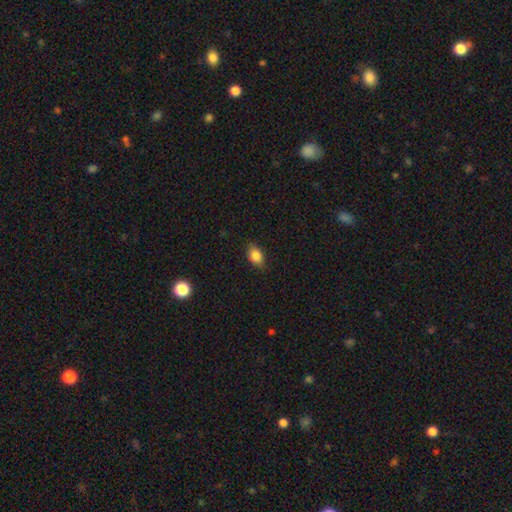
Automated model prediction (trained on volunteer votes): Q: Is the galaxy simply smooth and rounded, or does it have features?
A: smooth — 84%.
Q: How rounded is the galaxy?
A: in between — 81%.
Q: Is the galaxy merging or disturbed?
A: none — 81%.